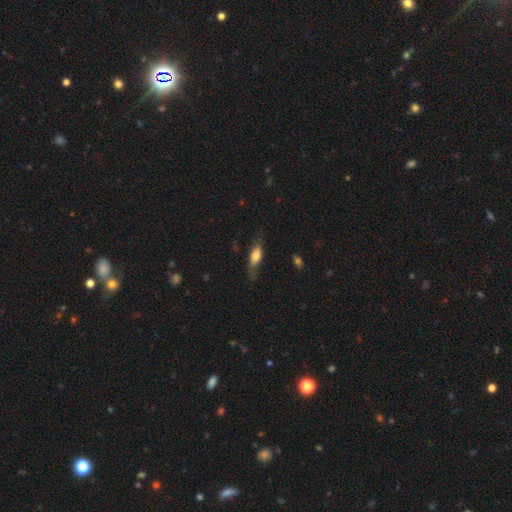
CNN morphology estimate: smooth_or_featured: smooth (p=0.64) [alt: featured or disk p=0.29]
how_rounded: in between (p=0.66) [alt: cigar-shaped p=0.31]
merging: none (p=0.64) [alt: minor disturbance p=0.24]